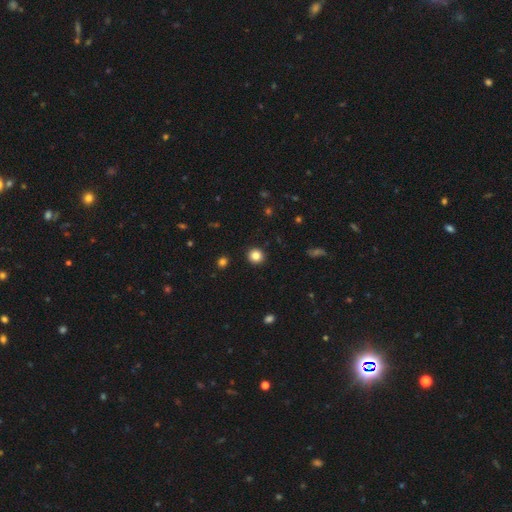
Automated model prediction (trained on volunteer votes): Smooth or featured: smooth — 84% (star or artifact — 11%)
How rounded: round — 93% (in between — 6%)
Merging: none — 93% (minor disturbance — 4%)